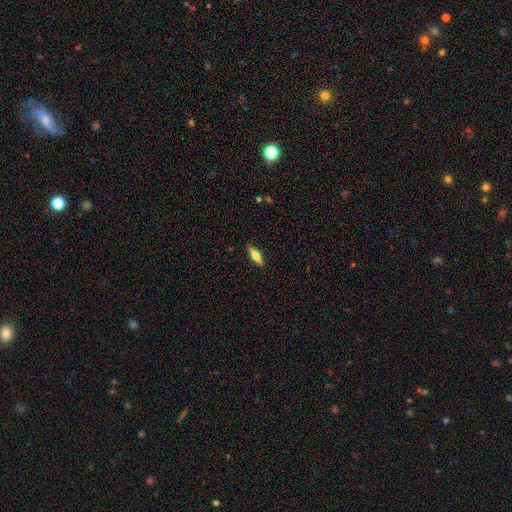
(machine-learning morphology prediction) type=smooth (51%); roundness=cigar-shaped (54%); merging=none (89%).